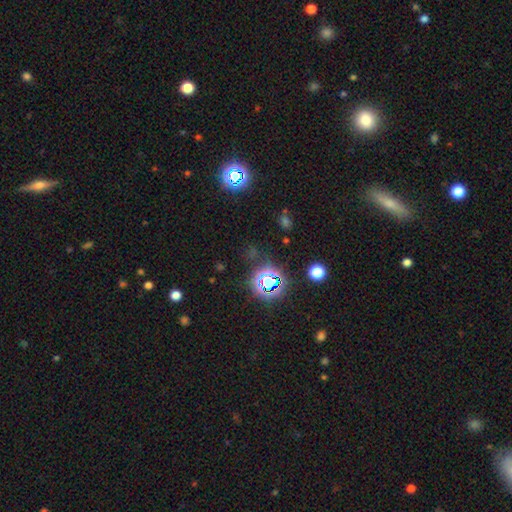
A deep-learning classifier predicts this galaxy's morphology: Smooth or featured? Predicted: star or artifact (p=0.62).